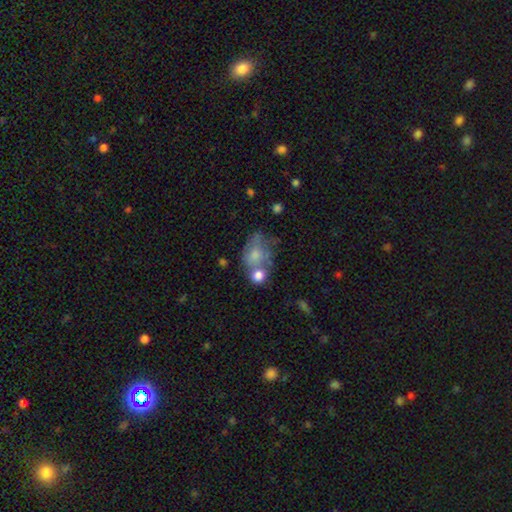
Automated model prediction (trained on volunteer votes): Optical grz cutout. It shows a smooth galaxy with no disk features (62%) that is in between round and cigar-shaped (65%). Merging: merger (35%).